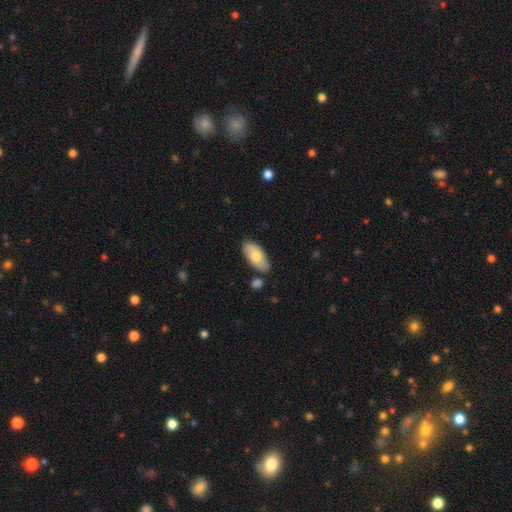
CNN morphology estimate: smooth_or_featured: smooth (p=0.69) [alt: featured or disk p=0.25]
how_rounded: in between (p=0.93) [alt: cigar-shaped p=0.05]
merging: none (p=0.79) [alt: minor disturbance p=0.14]